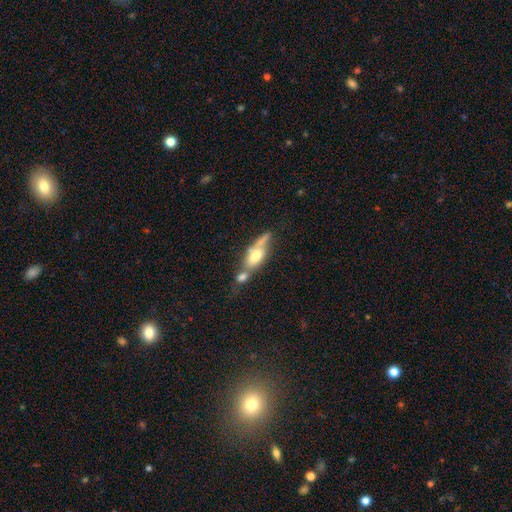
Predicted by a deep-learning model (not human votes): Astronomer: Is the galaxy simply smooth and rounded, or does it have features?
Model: smooth — 55% (runner-up: featured or disk, 38%).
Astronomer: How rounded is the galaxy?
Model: in between — 64%.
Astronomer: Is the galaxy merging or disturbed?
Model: merger — 53%.